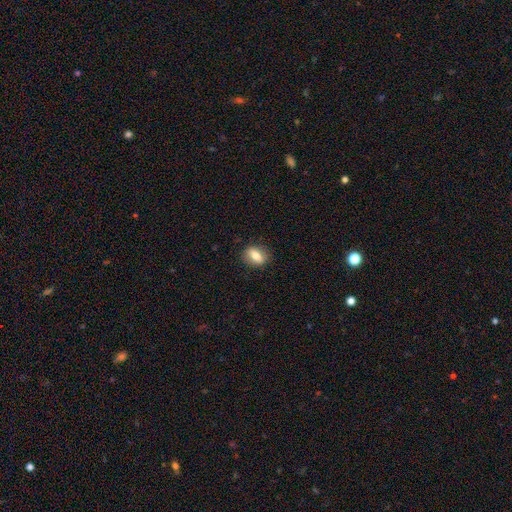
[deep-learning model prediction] A smooth galaxy with no disk features (69%) that is in between round and cigar-shaped (65%).

Vote fractions:
- Smooth or featured? smooth: 69% / featured or disk: 23% / star or artifact: 8%
- How rounded? in between: 65% / round: 30% / cigar-shaped: 5%
- Merging? none: 86% / minor disturbance: 10% / major disturbance: 3% / merger: 1%